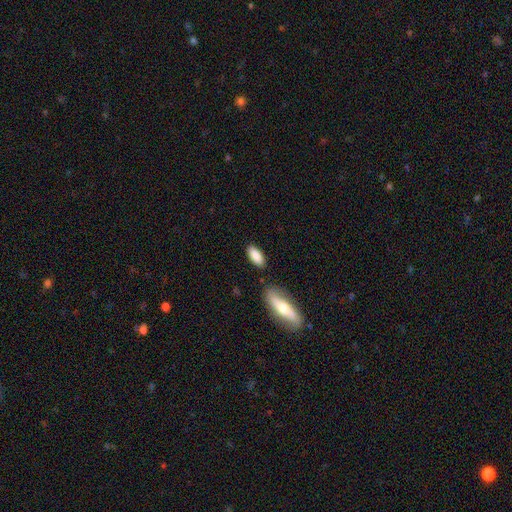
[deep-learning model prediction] Smooth or featured?
  - smooth: 87% *
  - featured or disk: 8%
  - star or artifact: 6%
How rounded?
  - in between: 82% *
  - cigar-shaped: 16%
  - round: 2%
Merging?
  - none: 80% *
  - minor disturbance: 12%
  - merger: 5%
  - major disturbance: 3%